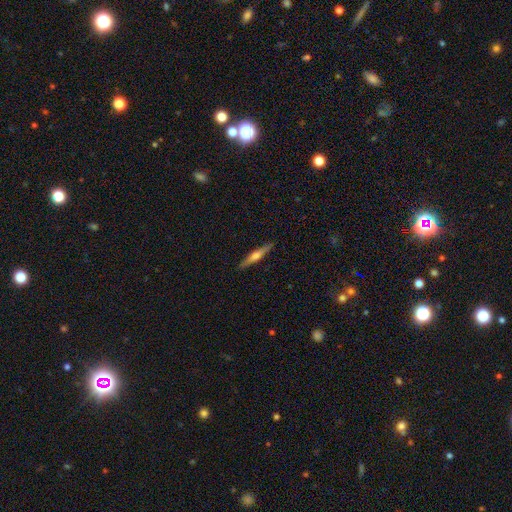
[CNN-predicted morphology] Smooth or featured? Predicted: featured or disk (p=0.66). Edge-on disk? Predicted: yes (p=0.98). Edge-on bulge? Predicted: rounded (p=0.85). Merging? Predicted: none (p=0.91).